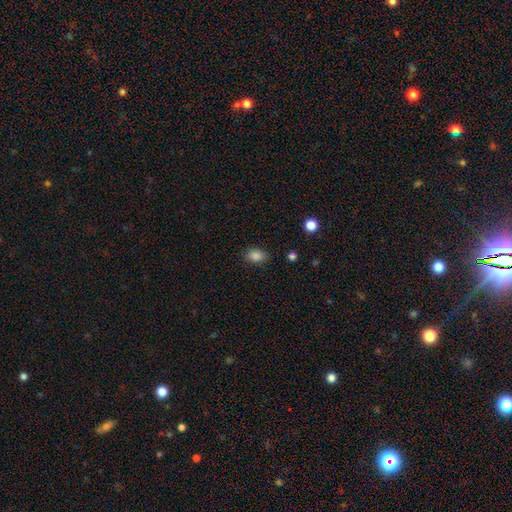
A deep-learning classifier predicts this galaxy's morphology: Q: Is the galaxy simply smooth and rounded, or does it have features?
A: smooth — 86%.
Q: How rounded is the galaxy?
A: in between — 74%.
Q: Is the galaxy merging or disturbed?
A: none — 84%.